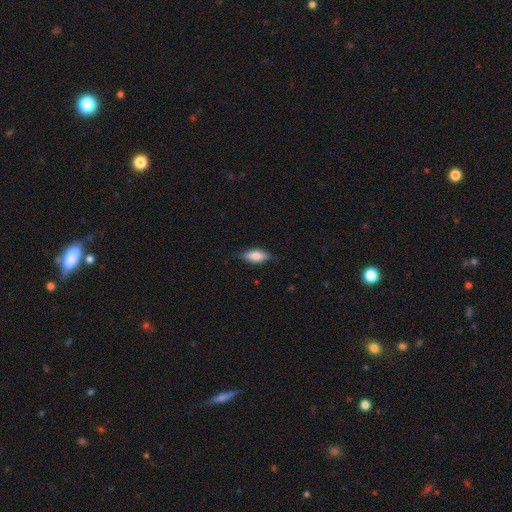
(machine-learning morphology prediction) The model was most divided on "smooth or featured": smooth: 75%, featured or disk: 18%, star or artifact: 7%. More confident: merging — none (81%); how rounded — in between (78%).